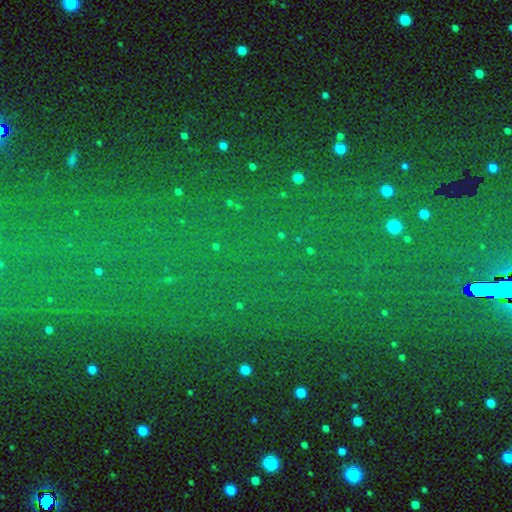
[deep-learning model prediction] Morphology: type=star or artifact (80%).